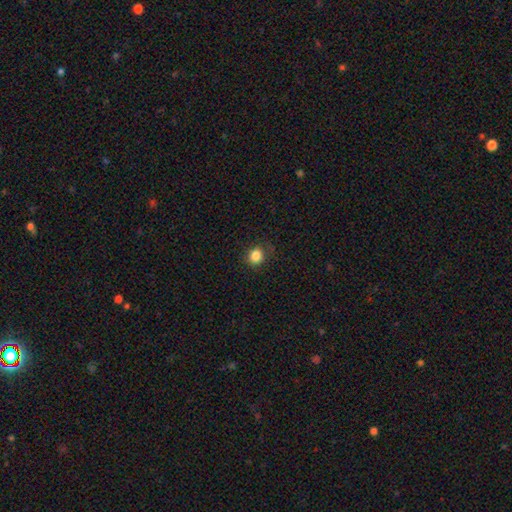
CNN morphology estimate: This is clearly a smooth galaxy (84%). How rounded: likely round (78%). Merging: clearly none (83%).